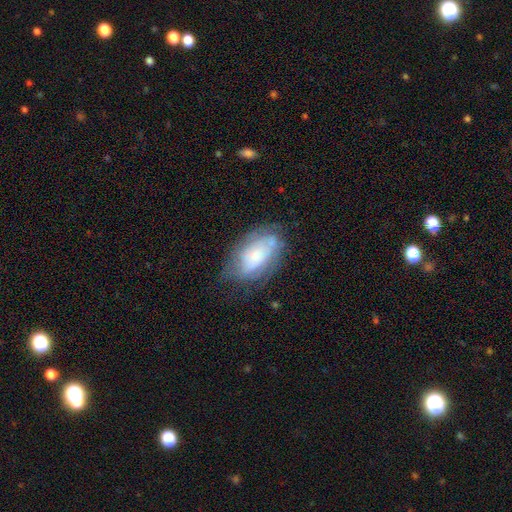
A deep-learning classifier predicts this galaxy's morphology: This is possibly a featured or disk galaxy (48%). Merging: likely none (61%).